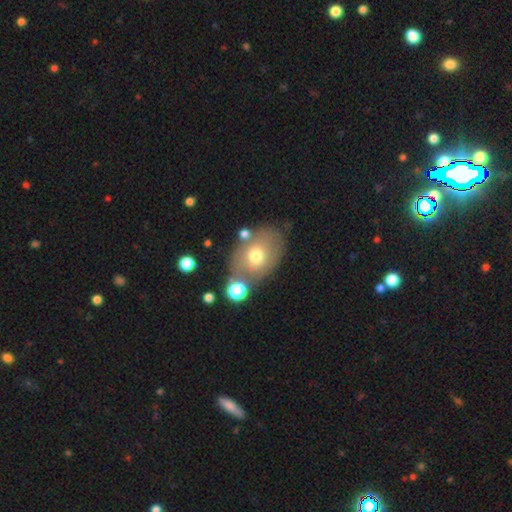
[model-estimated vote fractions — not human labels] This appears to be a smooth galaxy with no disk features (63%) that is in between round and cigar-shaped (67%). Merging: none (68%).